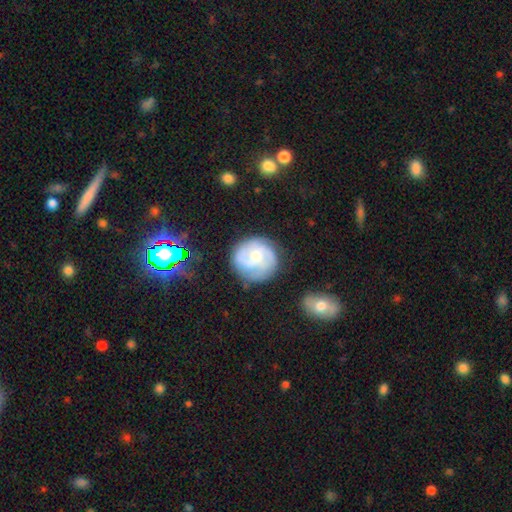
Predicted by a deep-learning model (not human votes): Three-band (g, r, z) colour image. It shows a featured or disk galaxy (70%) with no bar (63%), 2 (33%) tight (45%) spiral arms (90%) and a moderate central bulge (48%). Merging: none (74%).